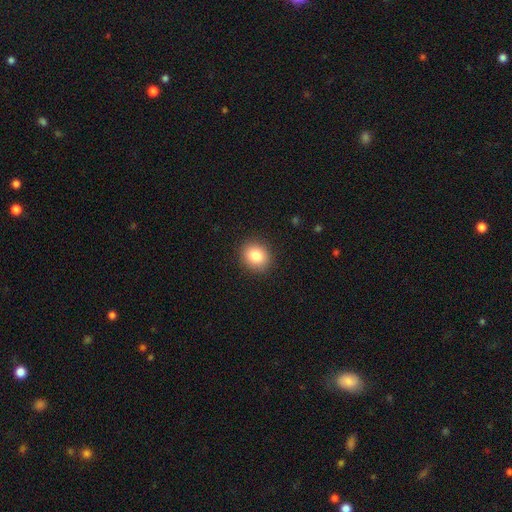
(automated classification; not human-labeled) This appears to be a smooth galaxy with no disk features (83%) that is round (75%). Merging: none (90%).